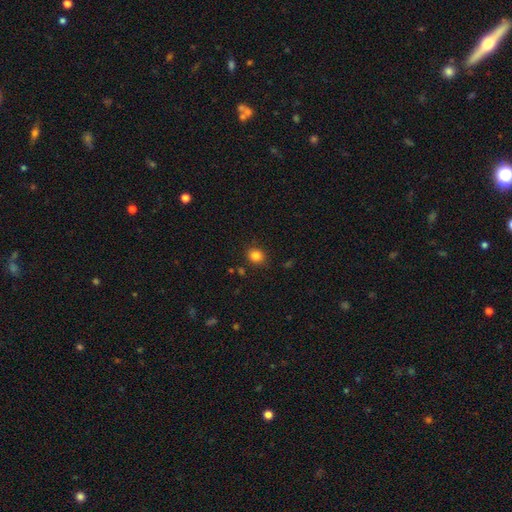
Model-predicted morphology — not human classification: This appears to be a smooth galaxy with no disk features (84%) that is round (75%). Merging: none (86%).